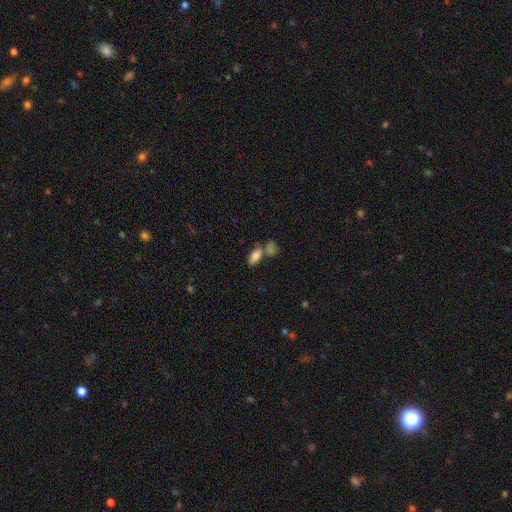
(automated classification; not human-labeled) Overall: smooth (81%). How rounded: in between (87%). Merging: none (49%; merger 34%).